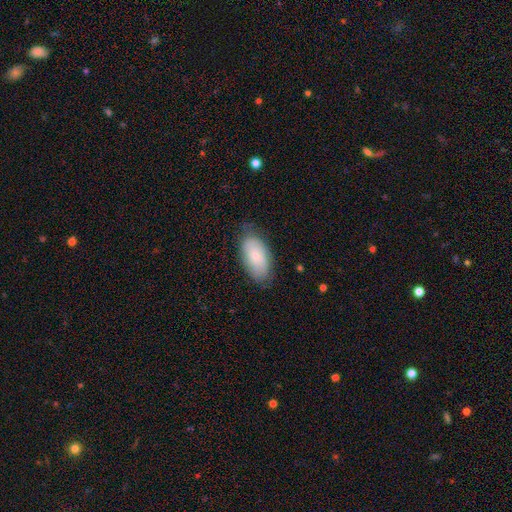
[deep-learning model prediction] Smooth or featured? Predicted: smooth (p=0.73). How rounded? Predicted: in between (p=0.94). Merging? Predicted: none (p=0.73).